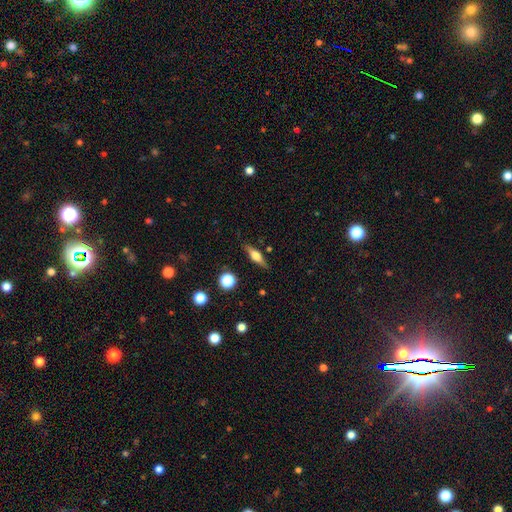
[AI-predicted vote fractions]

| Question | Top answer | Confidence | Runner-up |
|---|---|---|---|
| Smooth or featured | featured or disk | 51% | smooth (41%) |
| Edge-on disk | yes | 94% | no (6%) |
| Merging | none | 84% | minor disturbance (11%) |